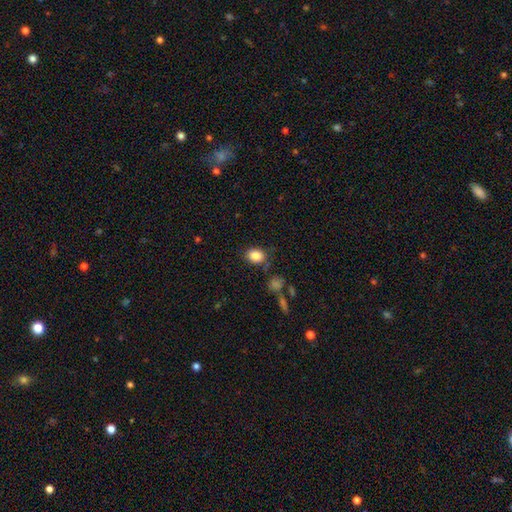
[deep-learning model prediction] Smooth or featured? smooth (85%)
How rounded? in between (62%)
Merging? none (76%)